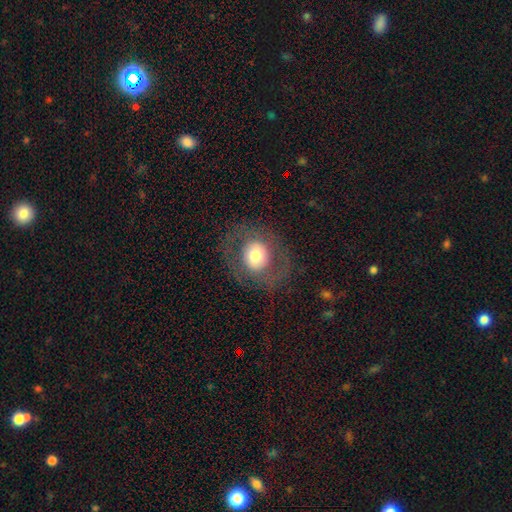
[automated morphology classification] Smooth or featured? smooth (52%)
How rounded? round (73%)
Merging? none (78%)